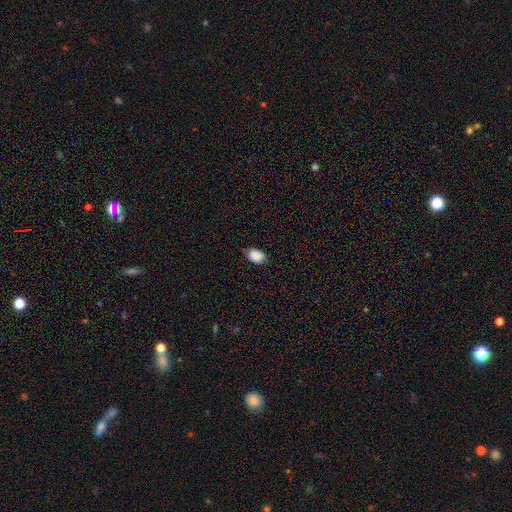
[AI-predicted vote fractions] The model was most divided on "merging": none: 74%, minor disturbance: 21%, major disturbance: 3%, merger: 1%. More confident: smooth or featured — smooth (88%); how rounded — in between (78%).